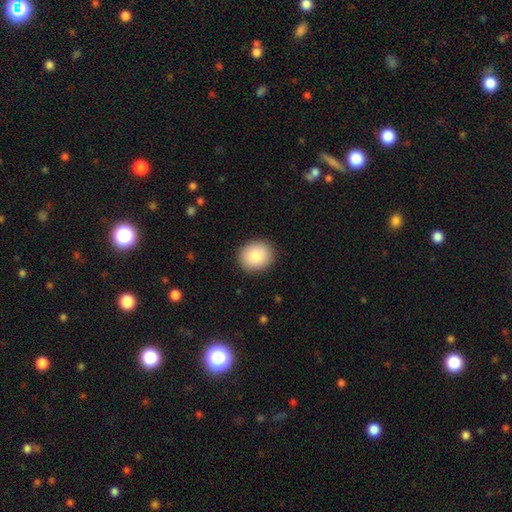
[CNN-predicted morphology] The model was most divided on "how rounded": round: 72%, in between: 27%, cigar-shaped: 1%. More confident: merging — none (90%); smooth or featured — smooth (87%).